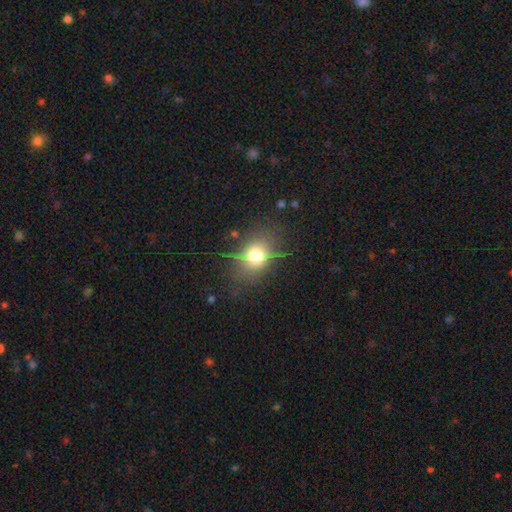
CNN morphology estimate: Smooth or featured? smooth (73%)
How rounded? round (53%)
Merging? none (70%)